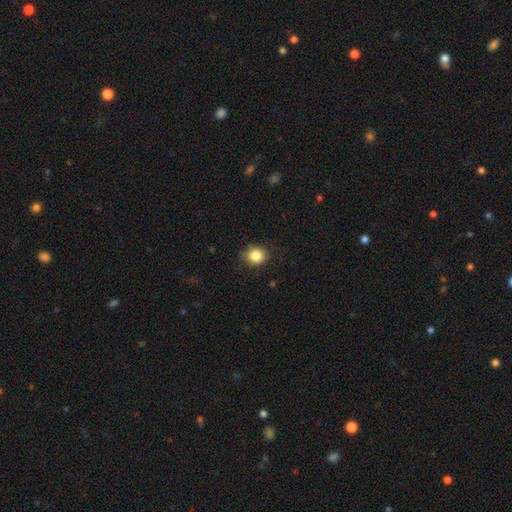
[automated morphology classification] Smooth or featured: smooth — 84% (star or artifact — 10%)
How rounded: round — 73% (in between — 26%)
Merging: none — 80% (minor disturbance — 16%)